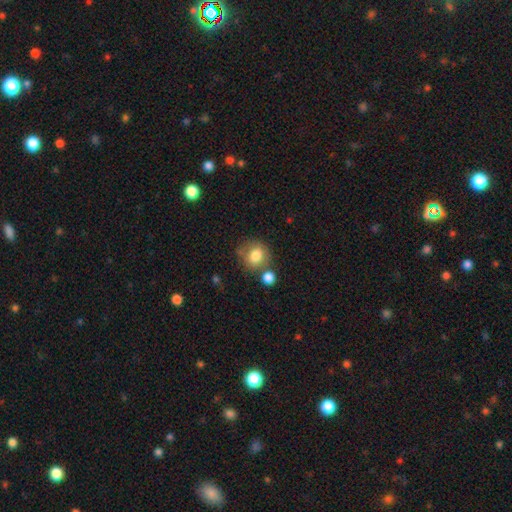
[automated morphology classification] Q: Smooth or featured?
A: smooth (79%); runner-up: featured or disk (12%)
Q: How rounded?
A: round (79%); runner-up: in between (20%)
Q: Merging?
A: none (58%); runner-up: merger (19%)